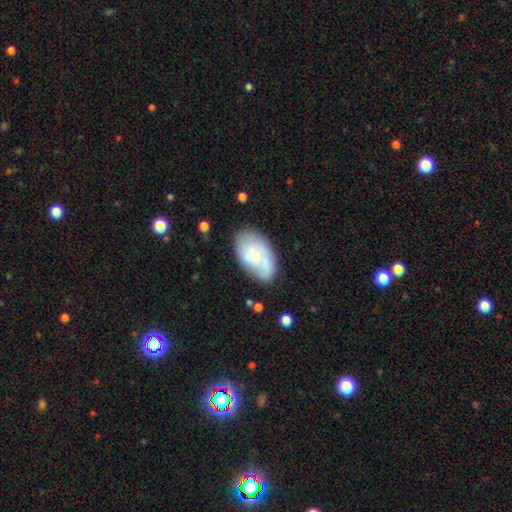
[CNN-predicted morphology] The model was most divided on "smooth or featured": smooth: 52%, featured or disk: 40%, star or artifact: 7%. More confident: how rounded — in between (92%); merging — none (63%).